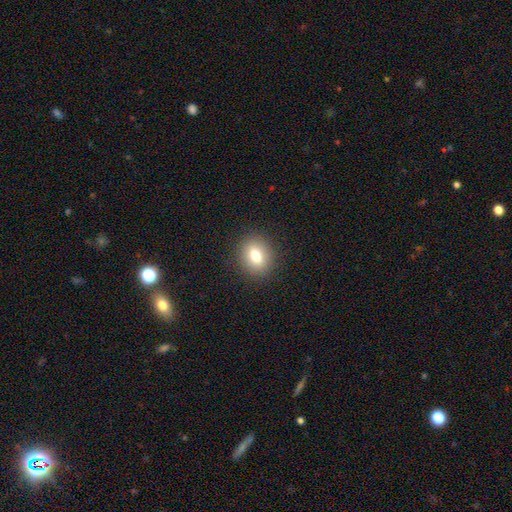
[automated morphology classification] A smooth galaxy with no disk features (77%) that is round (52%). Merging: none (89%).